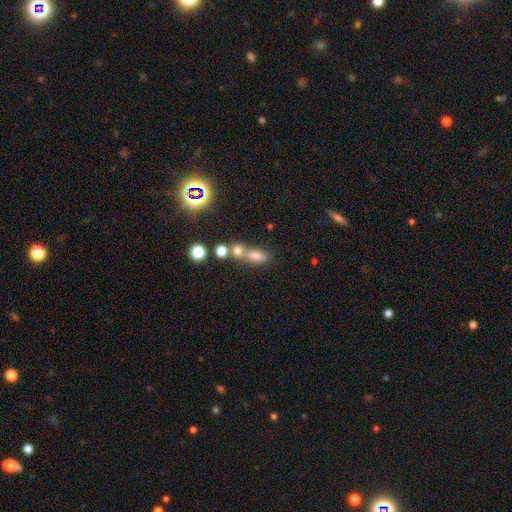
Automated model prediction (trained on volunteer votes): smooth_or_featured: smooth (p=0.72) [alt: star or artifact p=0.16]
how_rounded: in between (p=0.69) [alt: round p=0.20]
merging: merger (p=0.47) [alt: none p=0.37]